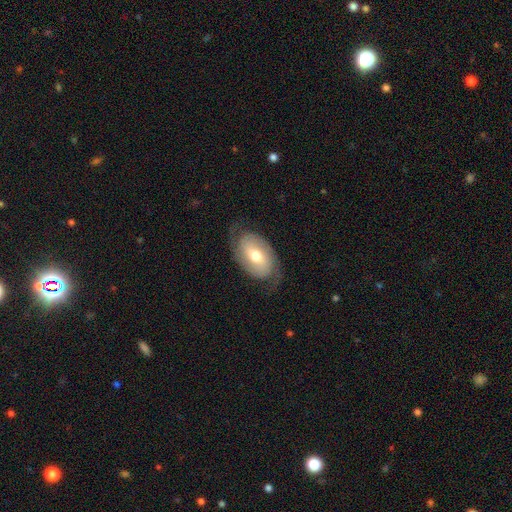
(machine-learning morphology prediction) Smooth or featured?
  - featured or disk: 70% *
  - smooth: 24%
  - star or artifact: 6%
Edge-on disk?
  - no: 95% *
  - yes: 5%
Bar?
  - no: 42% *
  - weak: 39%
  - strong: 19%
Spiral arms?
  - yes: 88% *
  - no: 12%
Spiral winding?
  - medium: 42% *
  - tight: 30%
  - loose: 28%
Spiral arm count?
  - 2: 87% *
  - can't tell: 8%
  - 1: 3%
  - 3: 1%
  - 4: 1%
  - more than 4: 1%
Bulge size?
  - moderate: 70% *
  - small: 19%
  - large: 9%
  - dominant: 1%
  - none: 1%
Merging?
  - none: 72% *
  - minor disturbance: 17%
  - major disturbance: 10%
  - merger: 1%